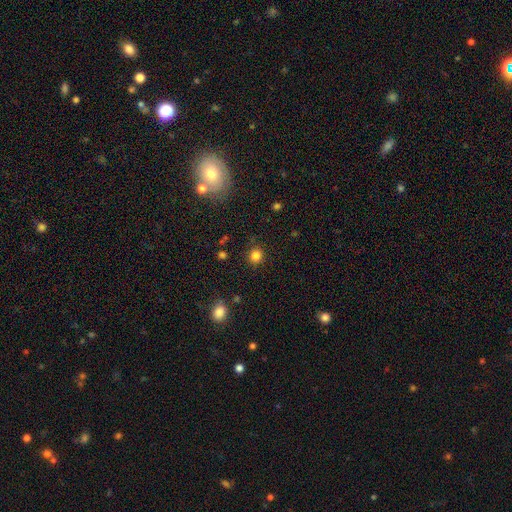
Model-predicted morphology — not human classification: A smooth galaxy with no disk features (83%) that is round (88%).

Vote fractions:
- Smooth or featured? smooth: 83% / star or artifact: 13% / featured or disk: 4%
- How rounded? round: 88% / in between: 11% / cigar-shaped: 1%
- Merging? none: 88% / minor disturbance: 8% / major disturbance: 3% / merger: 2%